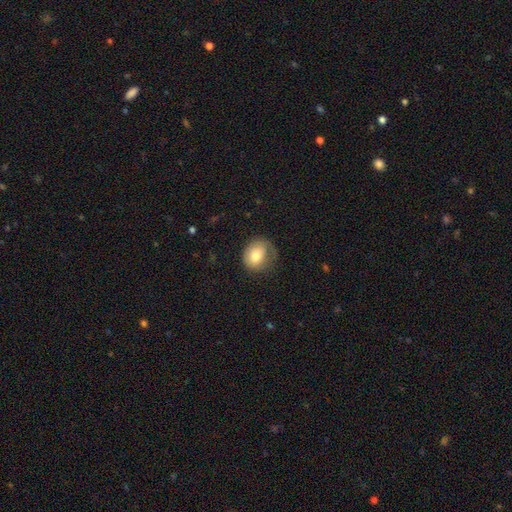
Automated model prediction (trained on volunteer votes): Smooth or featured: smooth — 75% (featured or disk — 17%)
How rounded: round — 61% (in between — 38%)
Merging: none — 51% (minor disturbance — 29%)